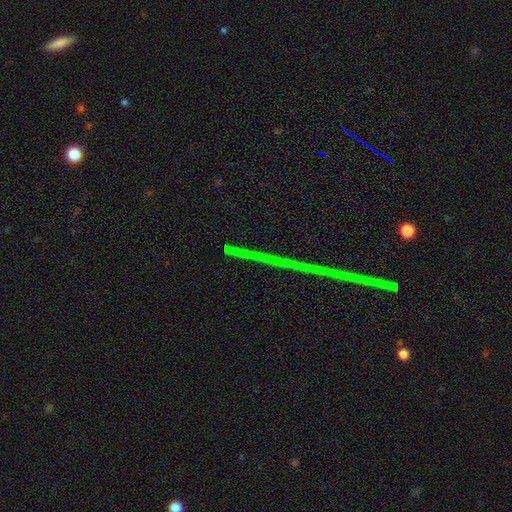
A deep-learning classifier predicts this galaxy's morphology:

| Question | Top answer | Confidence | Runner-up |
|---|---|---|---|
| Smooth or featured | star or artifact | 78% | featured or disk (13%) |